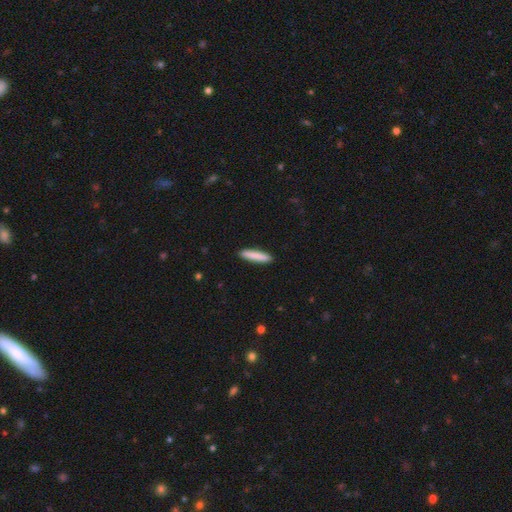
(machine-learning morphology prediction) Smooth or featured: smooth — 85% (featured or disk — 9%)
How rounded: cigar-shaped — 89% (in between — 10%)
Merging: none — 91% (minor disturbance — 6%)